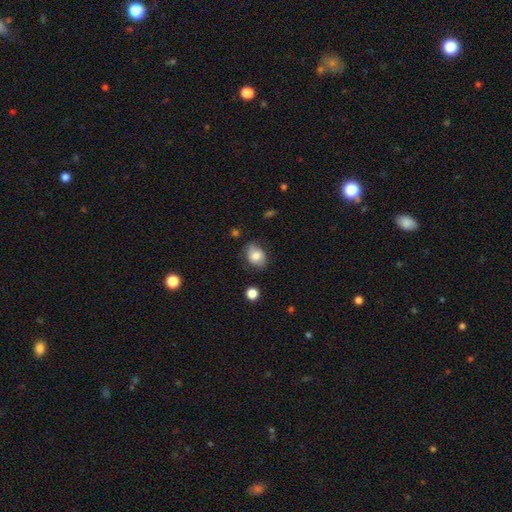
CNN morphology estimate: type=smooth (75%); roundness=in between (67%); merging=none (72%).